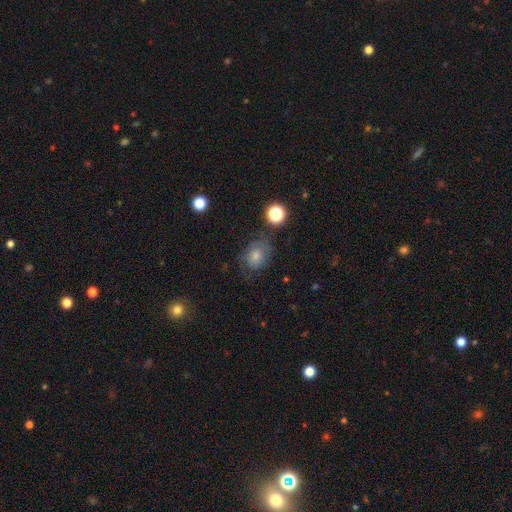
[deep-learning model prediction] smooth 44%, featured or disk 37%, star or artifact 19%. Down the decision tree: merging — none (66%).